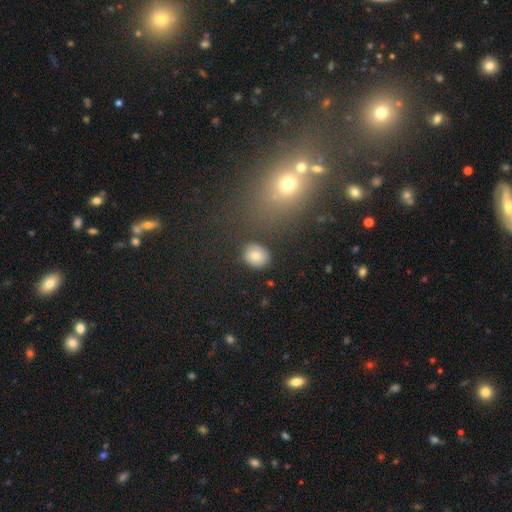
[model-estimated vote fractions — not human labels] Q: Smooth or featured?
A: smooth (80%); runner-up: featured or disk (10%)
Q: How rounded?
A: round (55%); runner-up: in between (44%)
Q: Merging?
A: none (86%); runner-up: minor disturbance (9%)